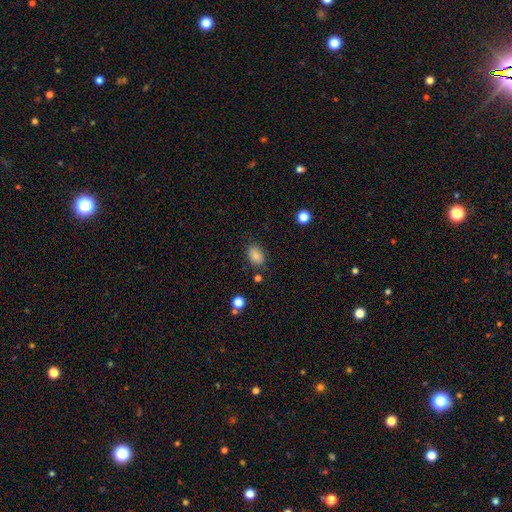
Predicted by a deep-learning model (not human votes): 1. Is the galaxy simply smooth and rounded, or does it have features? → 82% smooth, 10% star or artifact, 8% featured or disk.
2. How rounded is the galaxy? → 79% in between, 19% round, 1% cigar-shaped.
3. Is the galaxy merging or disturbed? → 78% none, 15% minor disturbance, 4% major disturbance, 3% merger.